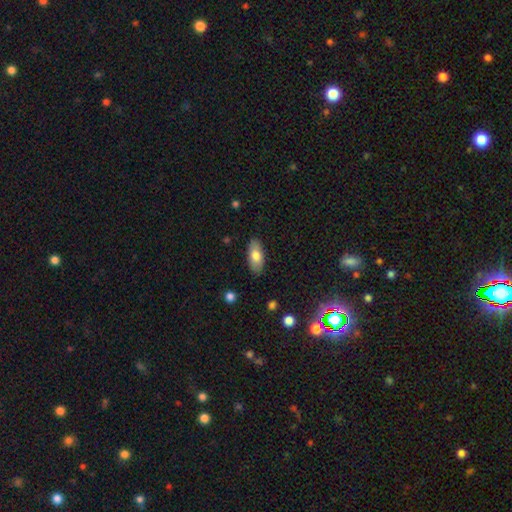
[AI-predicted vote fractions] smooth-or-featured: smooth: 76% | featured or disk: 18% | star or artifact: 6%
  how-rounded: in between: 89% | cigar-shaped: 8% | round: 3%
  merging: none: 86% | minor disturbance: 10% | major disturbance: 2% | merger: 1%